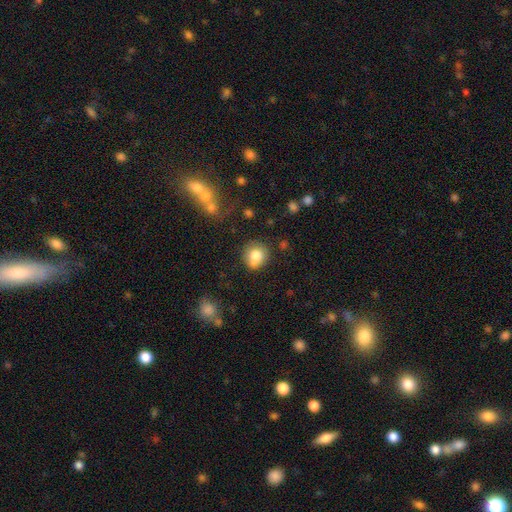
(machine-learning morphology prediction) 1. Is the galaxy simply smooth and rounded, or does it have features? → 80% smooth, 10% featured or disk, 10% star or artifact.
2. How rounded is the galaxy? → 79% round, 20% in between, 1% cigar-shaped.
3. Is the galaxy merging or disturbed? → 71% none, 17% minor disturbance, 7% merger, 5% major disturbance.